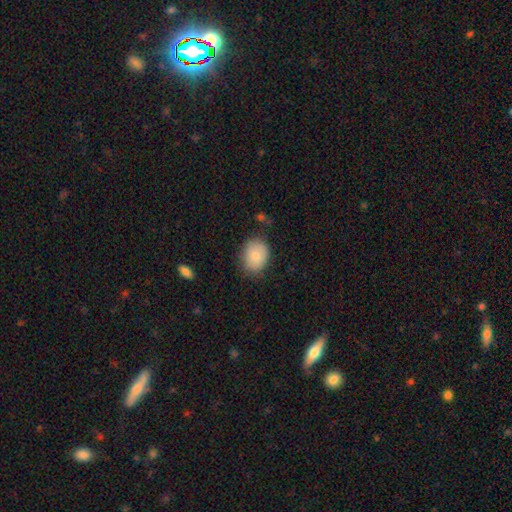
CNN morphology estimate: This appears to be a smooth galaxy with no disk features (84%) that is in between round and cigar-shaped (53%). Merging: none (77%).